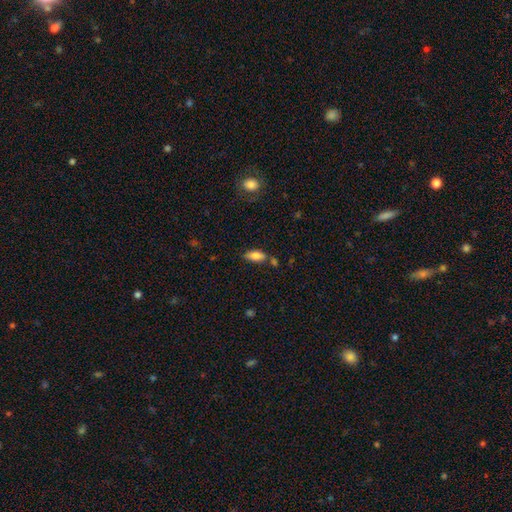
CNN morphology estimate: Smooth or featured? smooth (81%)
How rounded? in between (84%)
Merging? none (66%)